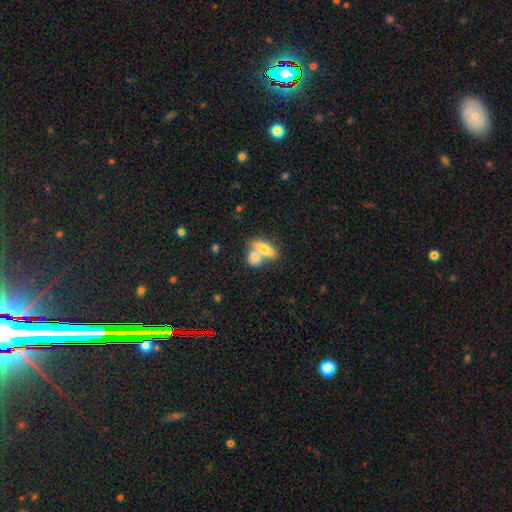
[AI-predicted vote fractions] smooth 61%, featured or disk 28%, star or artifact 11%. Down the decision tree: how rounded — in between (71%); merging — merger (59%).